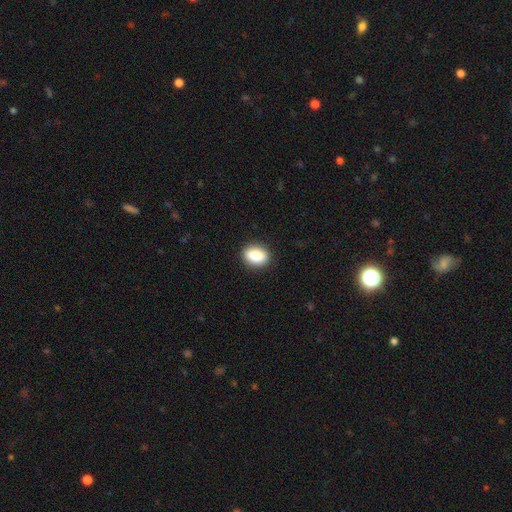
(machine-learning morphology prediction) The model was most divided on "how rounded": in between: 77%, round: 21%, cigar-shaped: 2%. More confident: merging — none (89%); smooth or featured — smooth (88%).